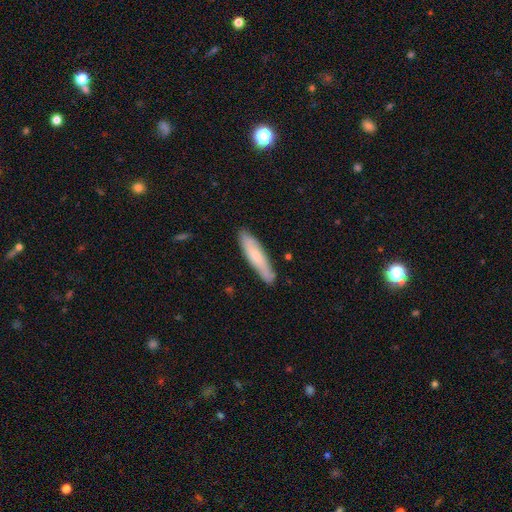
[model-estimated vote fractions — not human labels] The model was most divided on "smooth or featured": smooth: 66%, featured or disk: 29%, star or artifact: 6%. More confident: merging — none (84%); how rounded — cigar-shaped (83%).